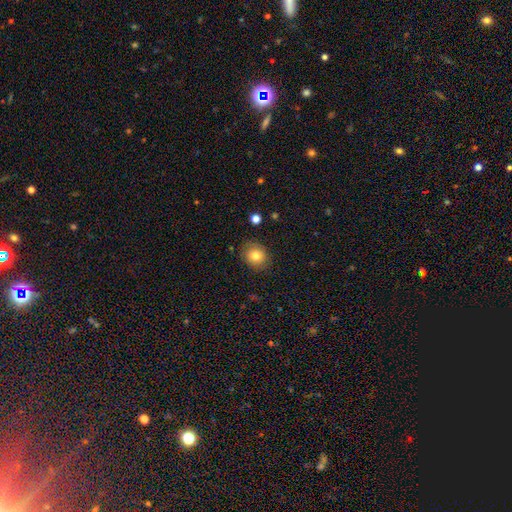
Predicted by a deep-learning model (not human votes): Q: Smooth or featured?
A: smooth (80%); runner-up: star or artifact (10%)
Q: How rounded?
A: round (69%); runner-up: in between (30%)
Q: Merging?
A: none (86%); runner-up: minor disturbance (10%)